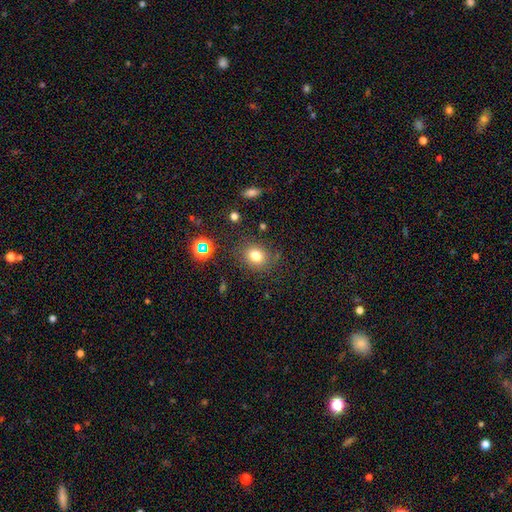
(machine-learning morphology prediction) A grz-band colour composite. It shows a smooth galaxy with no disk features (77%) that is round (66%). Merging: none (80%).